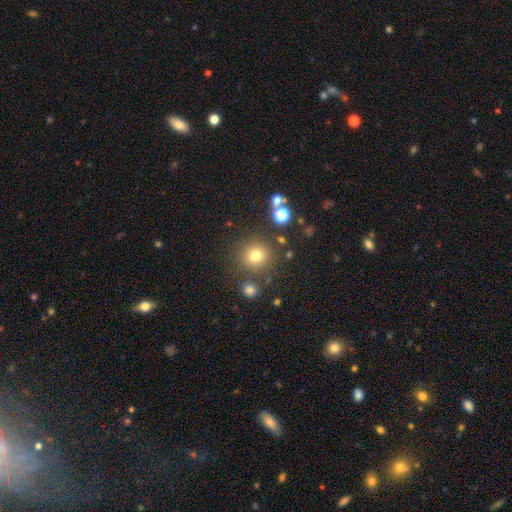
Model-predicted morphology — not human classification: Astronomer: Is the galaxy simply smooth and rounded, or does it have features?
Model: smooth — 76%.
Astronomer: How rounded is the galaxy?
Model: round — 92%.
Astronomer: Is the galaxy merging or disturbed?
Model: none — 83%.